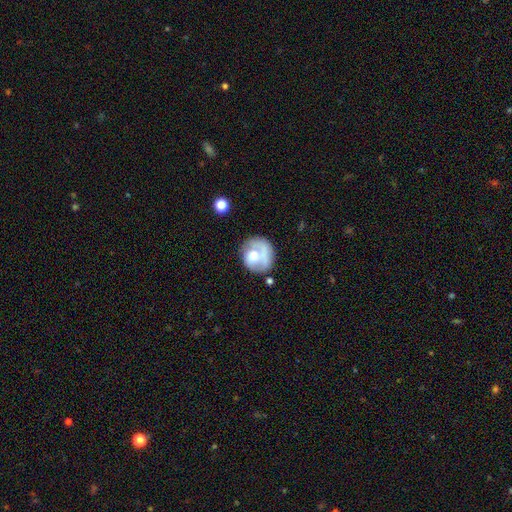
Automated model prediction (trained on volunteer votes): Overall: smooth (53%; featured or disk 39%). How rounded: round (80%). Merging: none (51%; minor disturbance 23%).